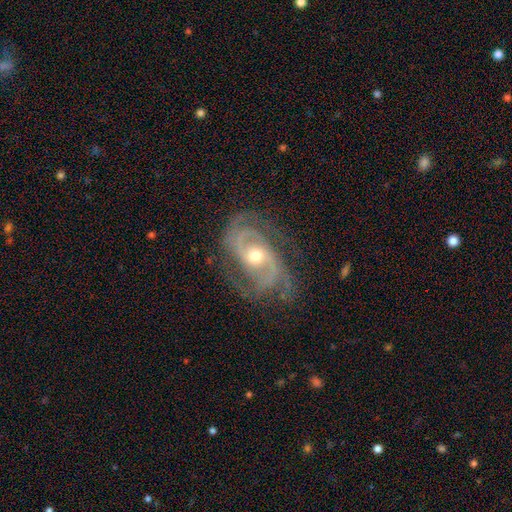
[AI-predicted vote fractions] smooth_or_featured: featured or disk (p=0.91) [alt: star or artifact p=0.05]
disk_edge_on: no (p=0.96) [alt: yes p=0.04]
bar: no (p=0.52) [alt: weak p=0.33]
has_spiral_arms: yes (p=0.98) [alt: no p=0.02]
spiral_winding: tight (p=0.44) [tied with: medium p=0.44]
spiral_arm_count: 2 (p=0.49) [alt: 3 p=0.26]
bulge_size: moderate (p=0.71) [alt: small p=0.23]
merging: none (p=0.72) [alt: minor disturbance p=0.18]